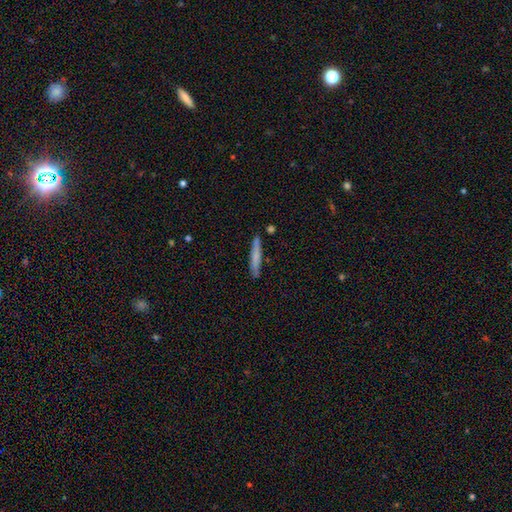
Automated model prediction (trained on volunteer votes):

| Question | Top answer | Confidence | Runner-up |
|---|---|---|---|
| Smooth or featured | smooth | 70% | featured or disk (24%) |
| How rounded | cigar-shaped | 94% | in between (4%) |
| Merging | none | 84% | minor disturbance (11%) |